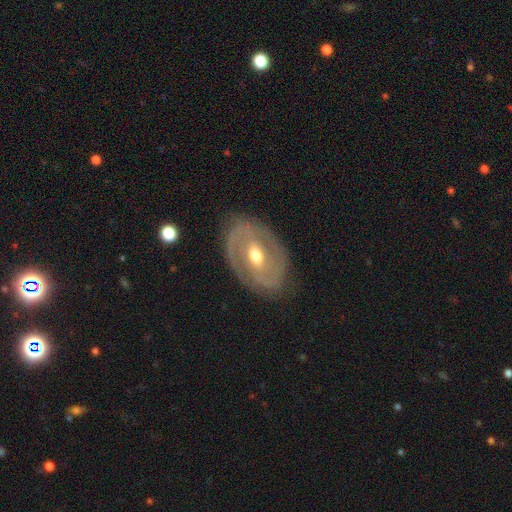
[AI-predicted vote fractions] Smooth or featured?
  - featured or disk: 80% *
  - smooth: 15%
  - star or artifact: 5%
Edge-on disk?
  - no: 95% *
  - yes: 5%
Bar?
  - weak: 45% *
  - no: 33%
  - strong: 23%
Spiral arms?
  - yes: 75% *
  - no: 25%
Spiral winding?
  - tight: 58% *
  - medium: 30%
  - loose: 11%
Spiral arm count?
  - 2: 67% *
  - can't tell: 19%
  - 1: 6%
  - 3: 5%
  - 4: 2%
  - more than 4: 2%
Bulge size?
  - moderate: 74% *
  - small: 20%
  - large: 5%
  - dominant: 1%
  - none: 1%
Merging?
  - none: 79% *
  - minor disturbance: 14%
  - major disturbance: 5%
  - merger: 1%